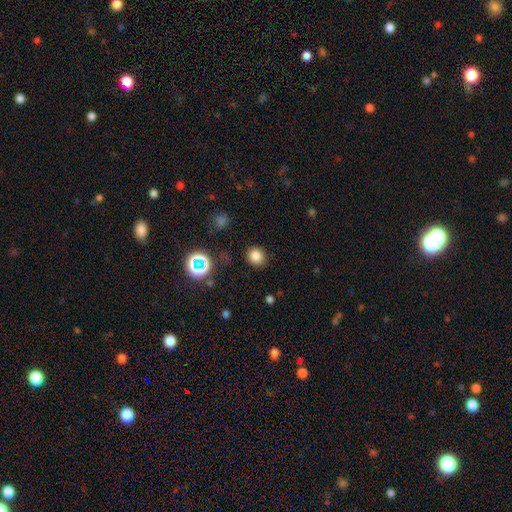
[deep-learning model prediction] The model was most divided on "smooth or featured": smooth: 79%, star or artifact: 16%, featured or disk: 5%. More confident: merging — none (87%); how rounded — round (82%).